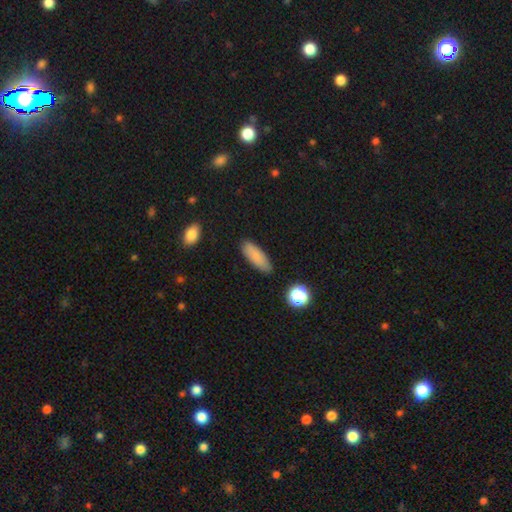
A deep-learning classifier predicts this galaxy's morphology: This appears to be a smooth galaxy with no disk features (85%) that is in between round and cigar-shaped (59%). Merging: none (87%).